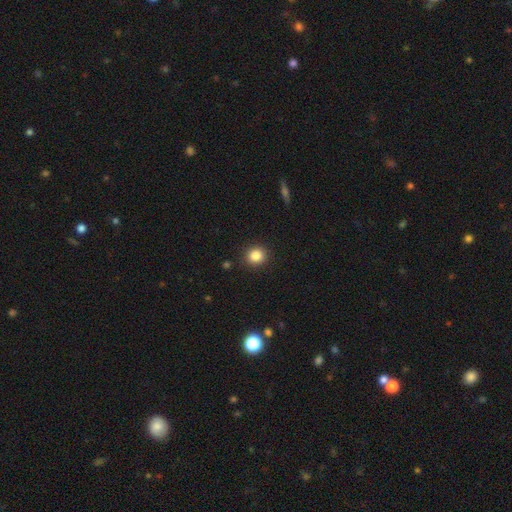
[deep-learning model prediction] A smooth galaxy with no disk features (85%) that is round (86%).

Vote fractions:
- Smooth or featured? smooth: 85% / star or artifact: 10% / featured or disk: 4%
- How rounded? round: 86% / in between: 13% / cigar-shaped: 1%
- Merging? none: 90% / minor disturbance: 6% / major disturbance: 2% / merger: 1%